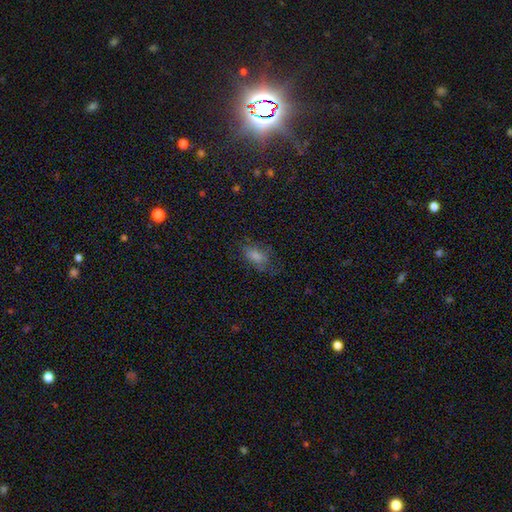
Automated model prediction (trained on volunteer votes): Smooth or featured: smooth — 55% (star or artifact — 26%)
How rounded: in between — 82% (round — 11%)
Merging: none — 65% (minor disturbance — 21%)